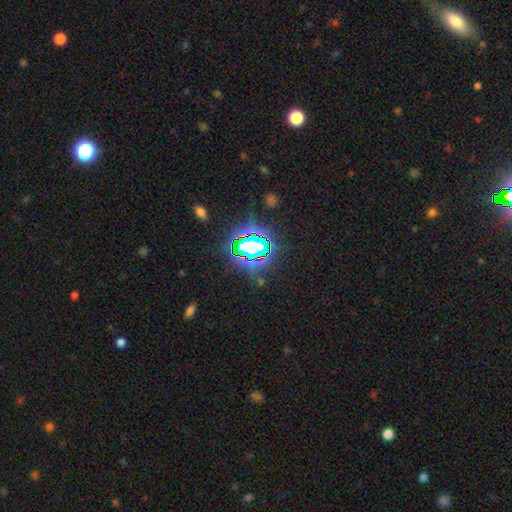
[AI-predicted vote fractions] Smooth or featured? Predicted: star or artifact (p=0.76).